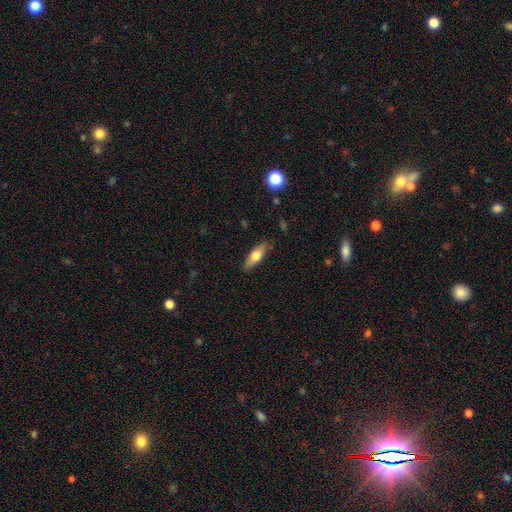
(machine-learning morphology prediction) type=smooth (62%); roundness=in between (57%); merging=none (84%).